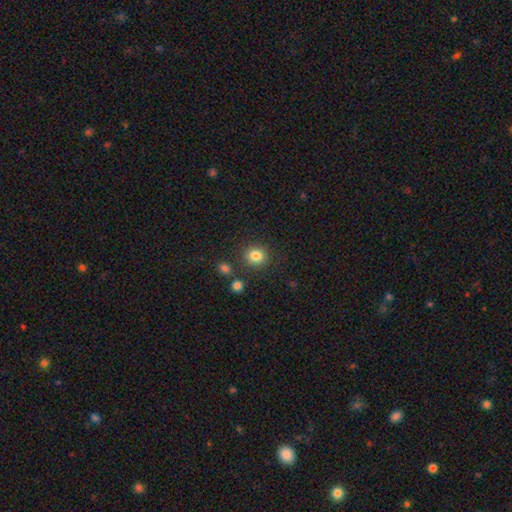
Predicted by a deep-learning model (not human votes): A smooth galaxy with no disk features (83%) that is round (81%).

Vote fractions:
- Smooth or featured? smooth: 83% / star or artifact: 11% / featured or disk: 6%
- How rounded? round: 81% / in between: 19% / cigar-shaped: 1%
- Merging? none: 83% / minor disturbance: 9% / merger: 5% / major disturbance: 3%